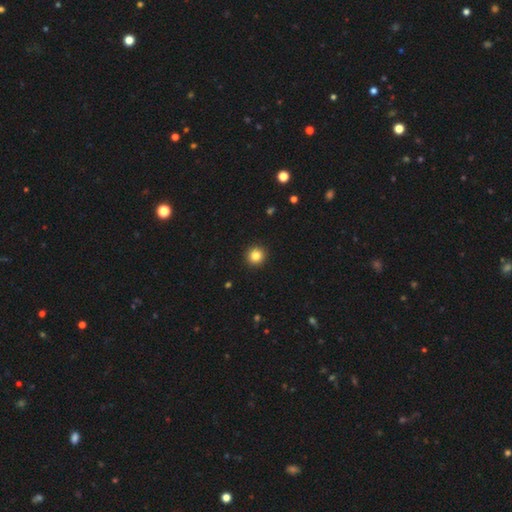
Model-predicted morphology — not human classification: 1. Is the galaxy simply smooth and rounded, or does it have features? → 84% smooth, 11% star or artifact, 5% featured or disk.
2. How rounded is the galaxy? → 95% round, 4% in between, 1% cigar-shaped.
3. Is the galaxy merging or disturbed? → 93% none, 4% minor disturbance, 1% major disturbance, 1% merger.